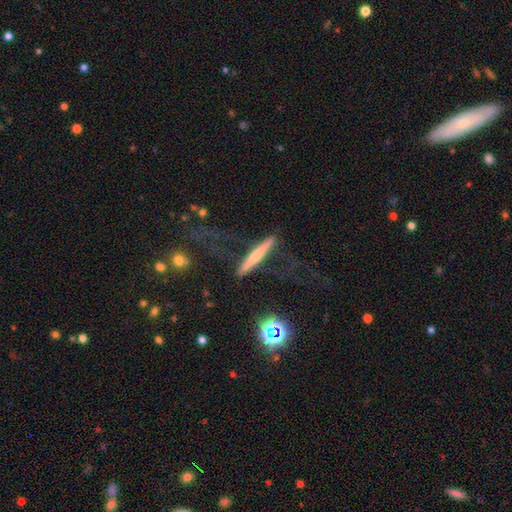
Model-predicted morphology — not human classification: A featured or disk galaxy (51%) viewed edge-on (90%).

Vote fractions:
- Smooth or featured? featured or disk: 51% / smooth: 40% / star or artifact: 8%
- Edge-on disk? yes: 90% / no: 10%
- Merging? none: 67% / minor disturbance: 17% / major disturbance: 13% / merger: 4%